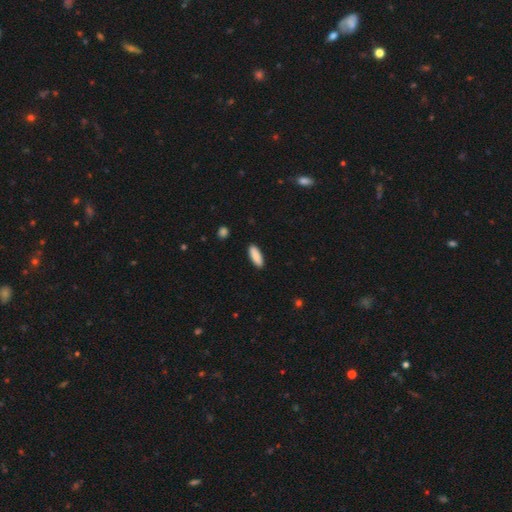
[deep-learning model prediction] Overall: smooth (89%). How rounded: in between (69%). Merging: none (90%).